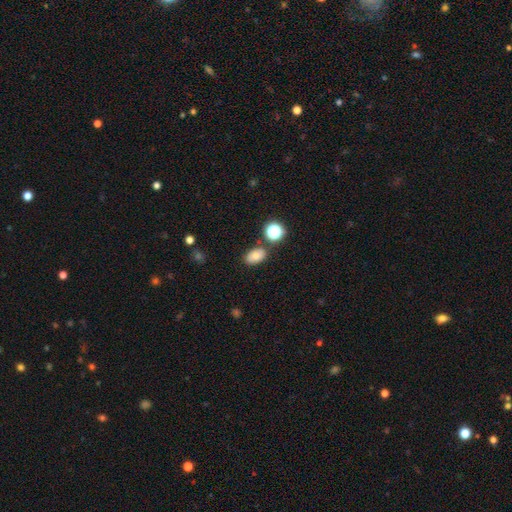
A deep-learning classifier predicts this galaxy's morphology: The model was most divided on "smooth or featured": smooth: 74%, star or artifact: 13%, featured or disk: 13%. More confident: how rounded — in between (85%); merging — none (80%).